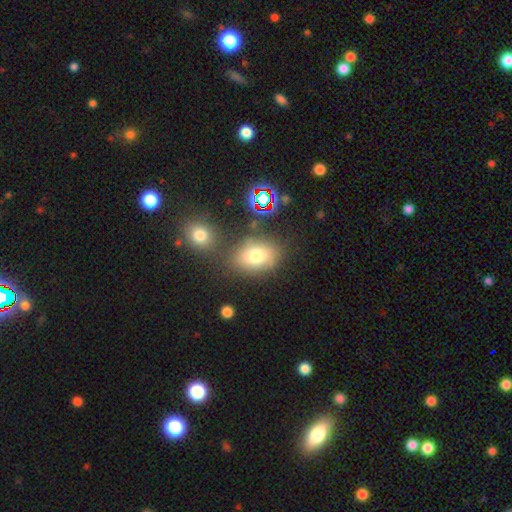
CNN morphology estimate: This appears to be a smooth galaxy with no disk features (73%) that is in between round and cigar-shaped (72%). Merging: none (72%).